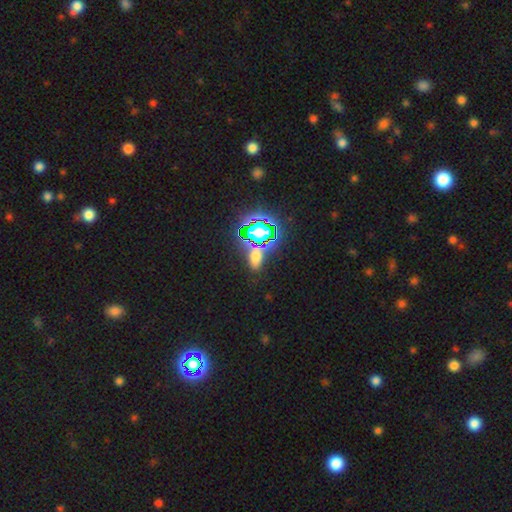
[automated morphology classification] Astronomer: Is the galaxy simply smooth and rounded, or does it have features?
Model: star or artifact — 45%, tied with smooth at 45%.